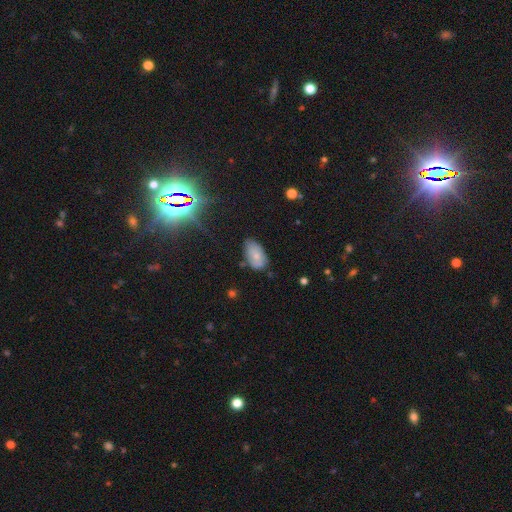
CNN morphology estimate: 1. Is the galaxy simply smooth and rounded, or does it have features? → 69% smooth, 21% featured or disk, 10% star or artifact.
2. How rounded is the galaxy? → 93% in between, 5% round, 2% cigar-shaped.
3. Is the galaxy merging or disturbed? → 63% none, 28% minor disturbance, 6% major disturbance, 3% merger.